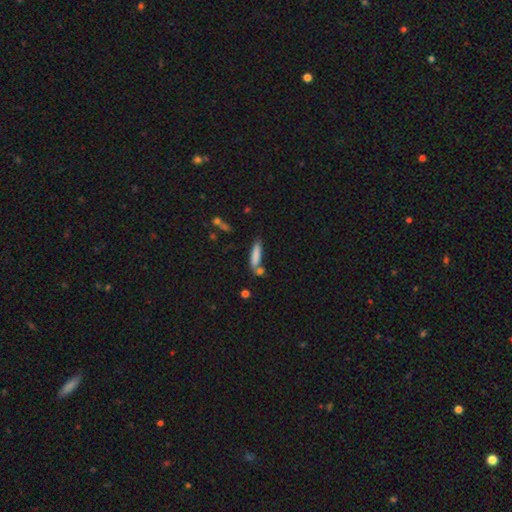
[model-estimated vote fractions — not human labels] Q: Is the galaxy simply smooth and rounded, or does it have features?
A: smooth — 81%.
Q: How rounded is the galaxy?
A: cigar-shaped — 75%.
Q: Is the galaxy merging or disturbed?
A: none — 62%.